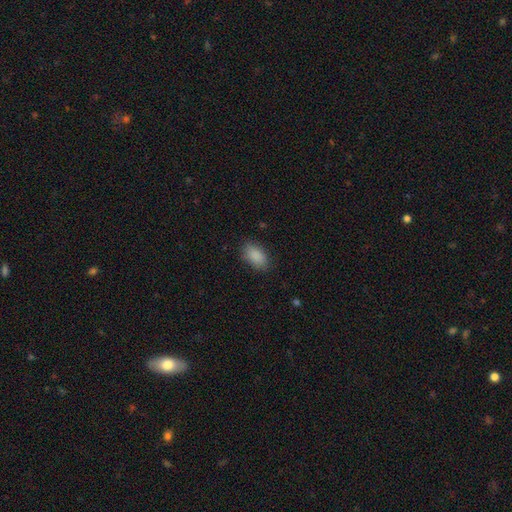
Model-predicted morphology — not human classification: This appears to be a smooth galaxy with no disk features (89%) that is in between round and cigar-shaped (92%). Merging: none (84%).